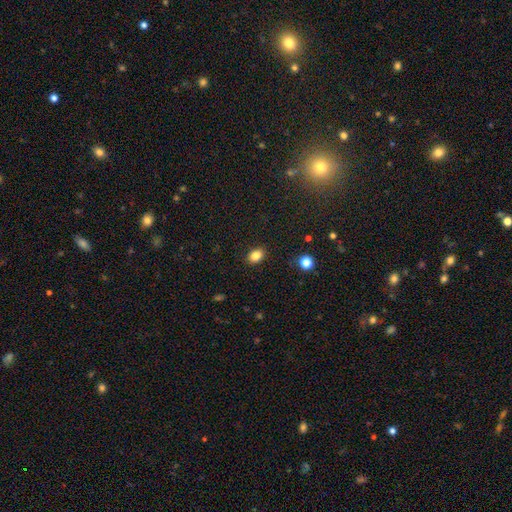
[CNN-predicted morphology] Smooth or featured: smooth — 84% (star or artifact — 11%)
How rounded: in between — 75% (round — 24%)
Merging: none — 88% (minor disturbance — 9%)